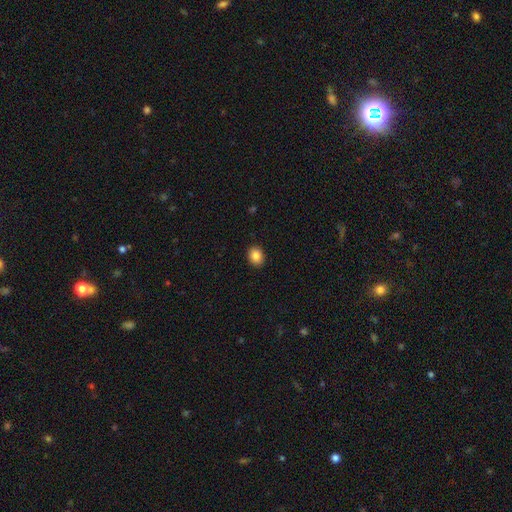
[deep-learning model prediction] Morphology: type=smooth (87%); roundness=in between (53%); merging=none (91%).